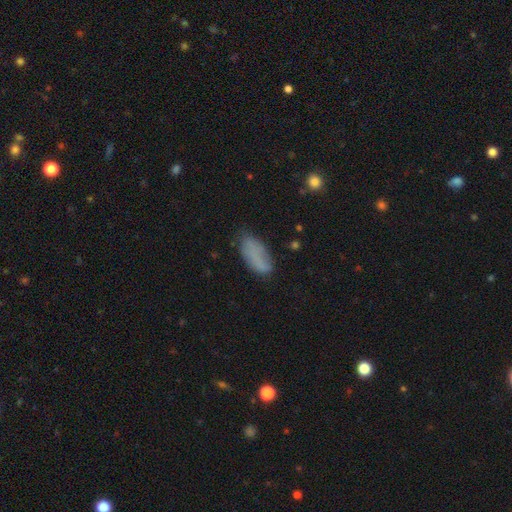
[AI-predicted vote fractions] Overall: smooth (74%). How rounded: in between (86%). Merging: none (61%; minor disturbance 27%).